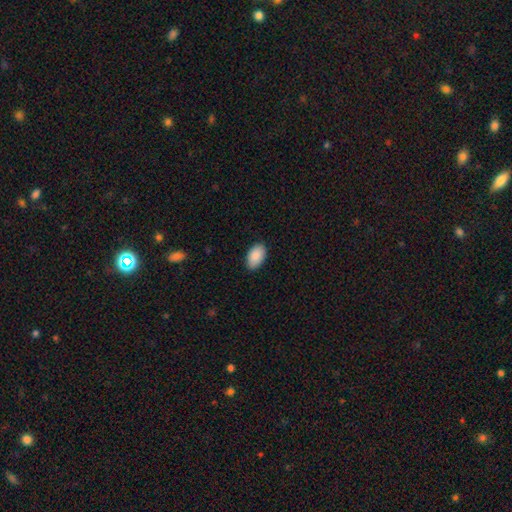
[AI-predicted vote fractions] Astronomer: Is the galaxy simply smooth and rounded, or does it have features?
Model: smooth — 90%.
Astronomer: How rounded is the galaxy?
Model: in between — 94%.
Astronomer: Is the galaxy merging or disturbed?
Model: none — 86%.